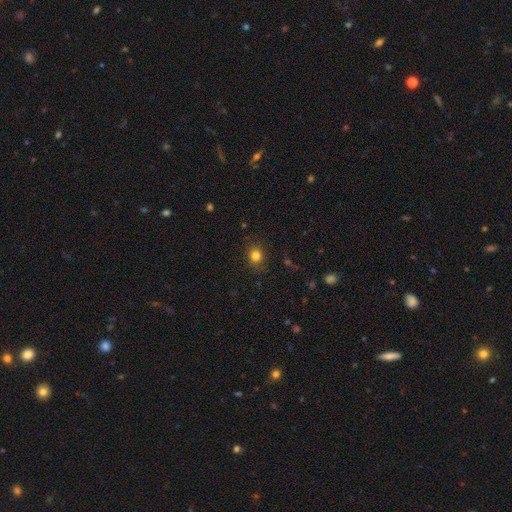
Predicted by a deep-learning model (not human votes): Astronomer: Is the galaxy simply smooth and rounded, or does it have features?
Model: smooth — 81%.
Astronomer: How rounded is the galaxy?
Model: round — 70%.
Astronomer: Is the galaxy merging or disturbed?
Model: none — 87%.